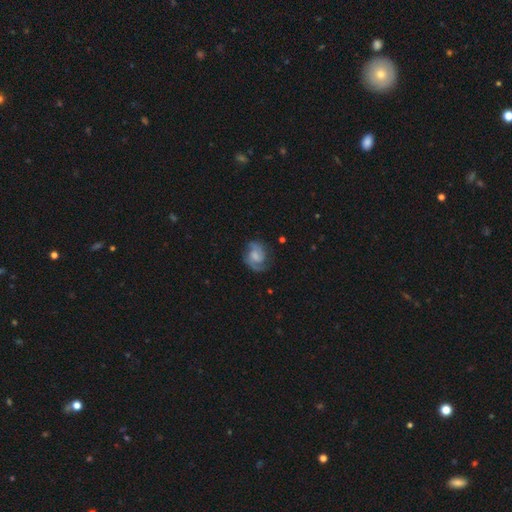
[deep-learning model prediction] Smooth or featured? Predicted: featured or disk (p=0.78). Edge-on disk? Predicted: no (p=0.98). Bar? Predicted: no (p=0.46). Spiral arms? Predicted: yes (p=0.95). Spiral winding? Predicted: medium (p=0.50). Spiral arm count? Predicted: 2 (p=0.82). Bulge size? Predicted: small (p=0.31). Merging? Predicted: none (p=0.72).